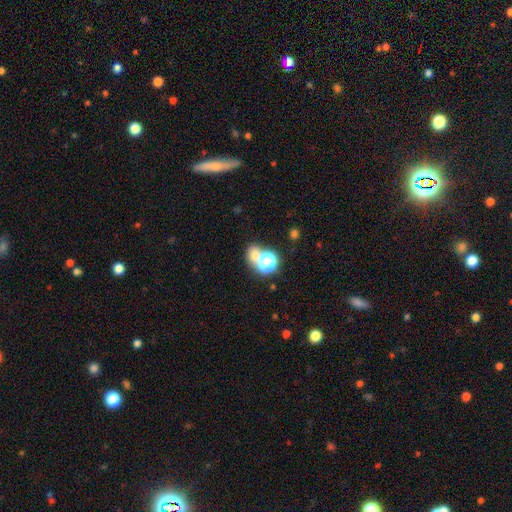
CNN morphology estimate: Q: Smooth or featured?
A: smooth (61%); runner-up: star or artifact (29%)
Q: How rounded?
A: round (68%); runner-up: in between (31%)
Q: Merging?
A: none (50%); runner-up: merger (37%)